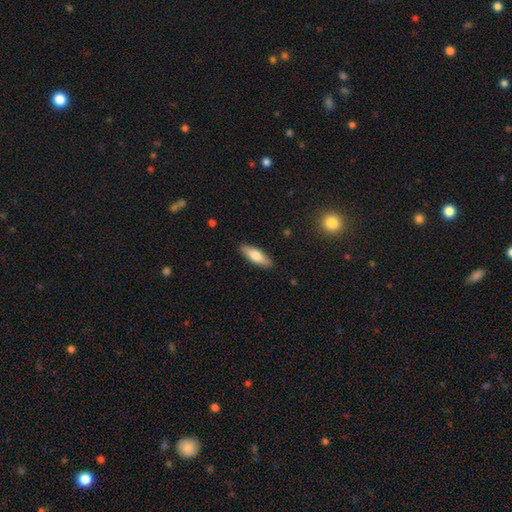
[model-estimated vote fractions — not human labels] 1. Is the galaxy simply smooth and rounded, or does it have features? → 69% smooth, 26% featured or disk, 6% star or artifact.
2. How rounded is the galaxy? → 50% in between, 48% cigar-shaped, 2% round.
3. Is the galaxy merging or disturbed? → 88% none, 9% minor disturbance, 2% major disturbance, 1% merger.